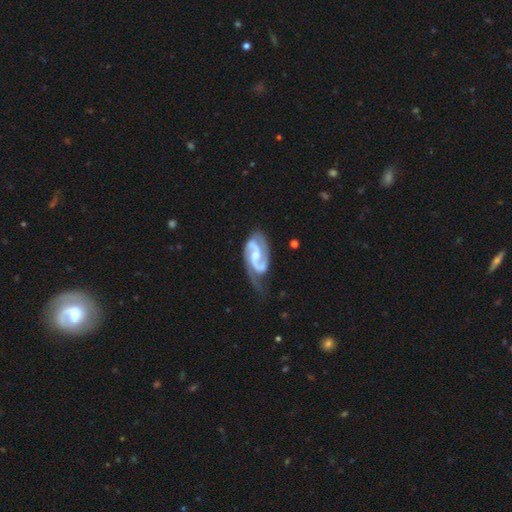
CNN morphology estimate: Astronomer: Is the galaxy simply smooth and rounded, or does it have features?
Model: featured or disk — 92%.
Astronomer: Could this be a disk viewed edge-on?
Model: no — 98%.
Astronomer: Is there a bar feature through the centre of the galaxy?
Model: weak — 44% (runner-up: no, 38%).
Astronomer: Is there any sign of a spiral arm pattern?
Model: yes — 98%.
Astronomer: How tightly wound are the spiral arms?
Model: medium — 57%.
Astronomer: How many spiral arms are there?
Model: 2 — 93%.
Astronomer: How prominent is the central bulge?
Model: moderate — 47% (runner-up: small, 41%).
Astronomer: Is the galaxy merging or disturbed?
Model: none — 61%.